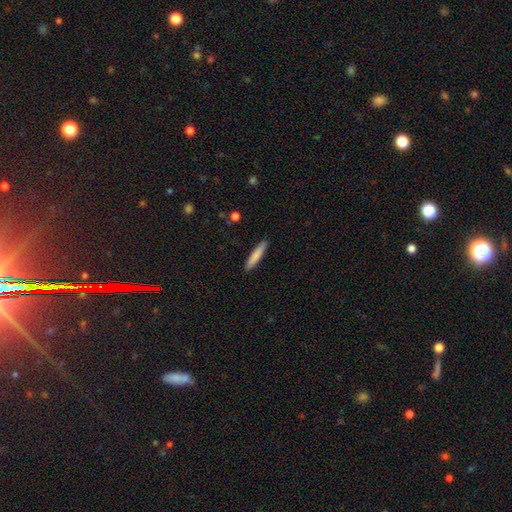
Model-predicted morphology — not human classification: type=smooth (82%); roundness=cigar-shaped (88%); merging=none (89%).